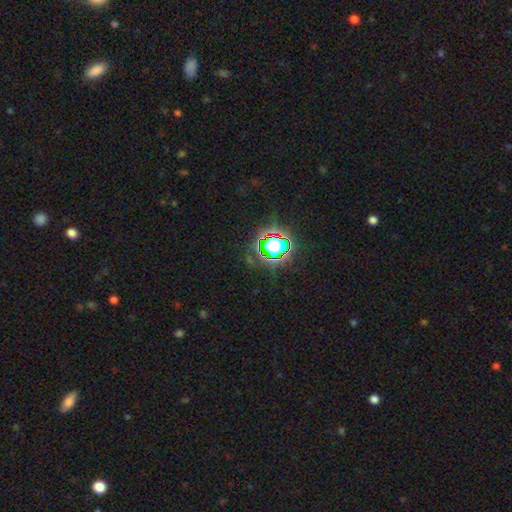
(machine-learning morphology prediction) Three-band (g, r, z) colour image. It shows a star or artifact, not a galaxy (78%).